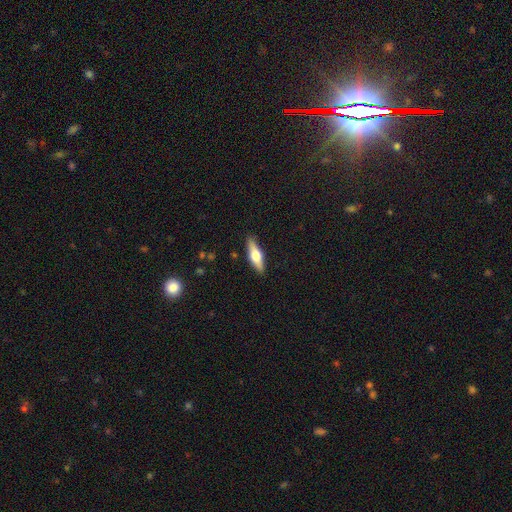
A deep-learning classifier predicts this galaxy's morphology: A featured or disk galaxy (49%). Merging: none (89%).